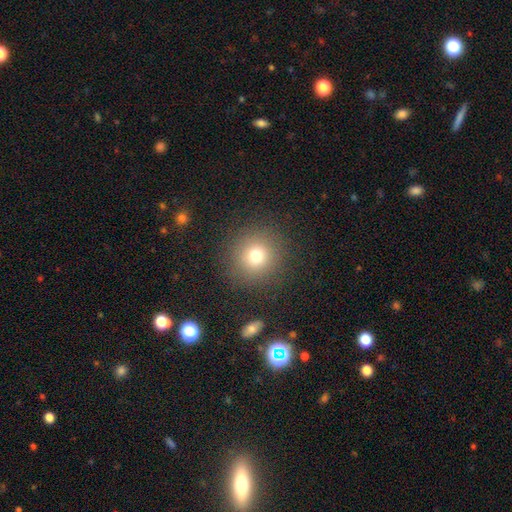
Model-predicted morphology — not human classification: Smooth or featured?
  - smooth: 75% *
  - star or artifact: 15%
  - featured or disk: 10%
How rounded?
  - round: 94% *
  - in between: 5%
  - cigar-shaped: 1%
Merging?
  - none: 89% *
  - minor disturbance: 6%
  - major disturbance: 3%
  - merger: 1%